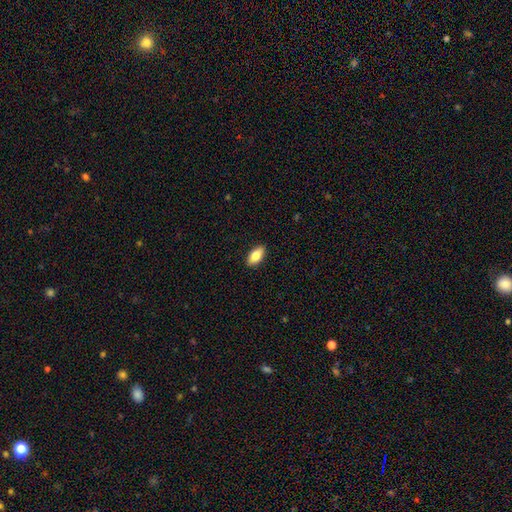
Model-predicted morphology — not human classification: Q: Smooth or featured?
A: smooth (79%); runner-up: featured or disk (15%)
Q: How rounded?
A: in between (89%); runner-up: cigar-shaped (8%)
Q: Merging?
A: none (89%); runner-up: minor disturbance (8%)